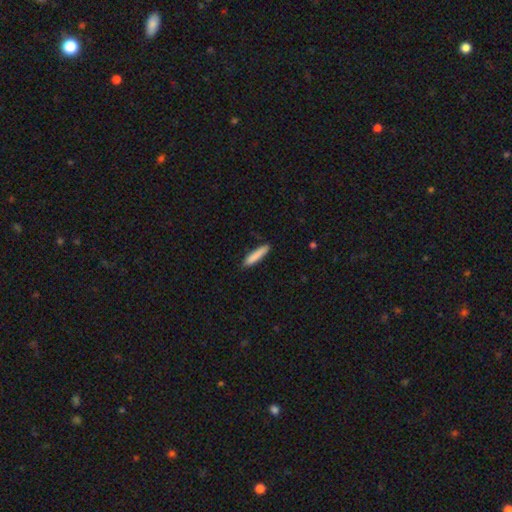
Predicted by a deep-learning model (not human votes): Smooth or featured: smooth — 86% (featured or disk — 8%)
How rounded: cigar-shaped — 87% (in between — 12%)
Merging: none — 86% (minor disturbance — 11%)